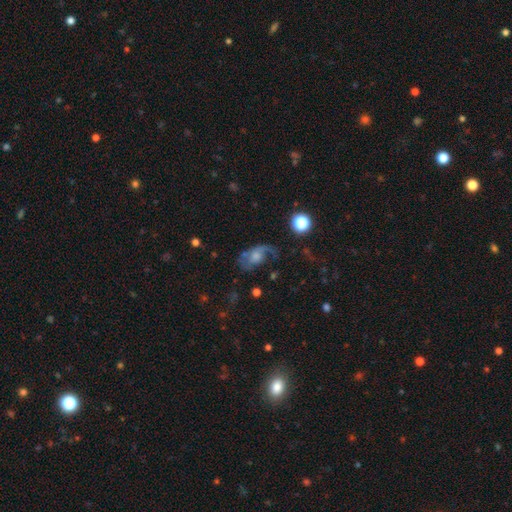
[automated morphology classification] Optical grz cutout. It shows a featured or disk galaxy (54%) with no bar (74%), spiral arms (78%) and a moderate central bulge (36%). Merging: major disturbance (39%).